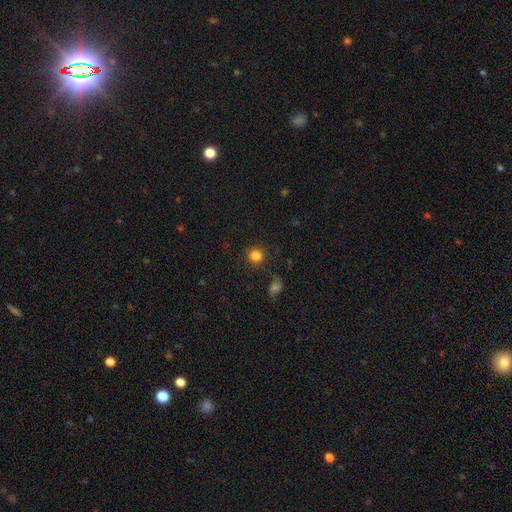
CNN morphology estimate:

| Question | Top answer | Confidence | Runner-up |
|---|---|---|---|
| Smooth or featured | smooth | 83% | star or artifact (12%) |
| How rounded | round | 92% | in between (7%) |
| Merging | none | 86% | minor disturbance (8%) |